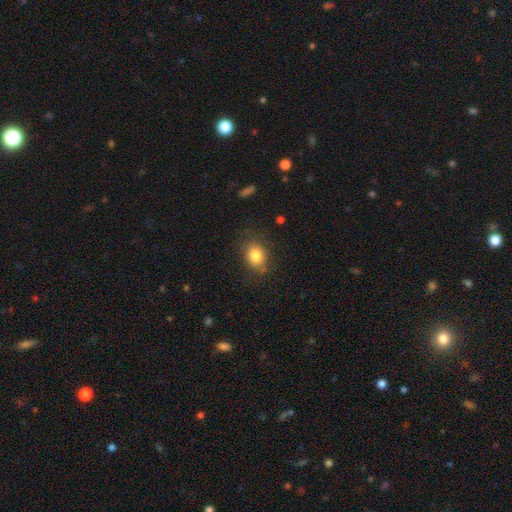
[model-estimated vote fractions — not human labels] Morphology: type=smooth (82%); roundness=in between (53%); merging=none (76%).